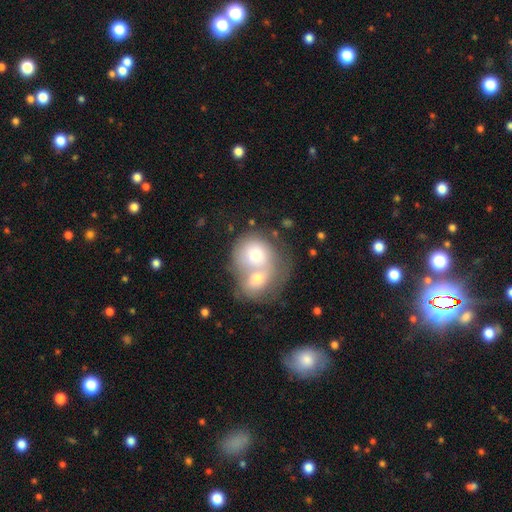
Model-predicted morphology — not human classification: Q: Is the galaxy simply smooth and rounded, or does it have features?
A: smooth — 63%.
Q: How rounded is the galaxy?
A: round — 72%.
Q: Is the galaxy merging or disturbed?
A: merger — 77%.